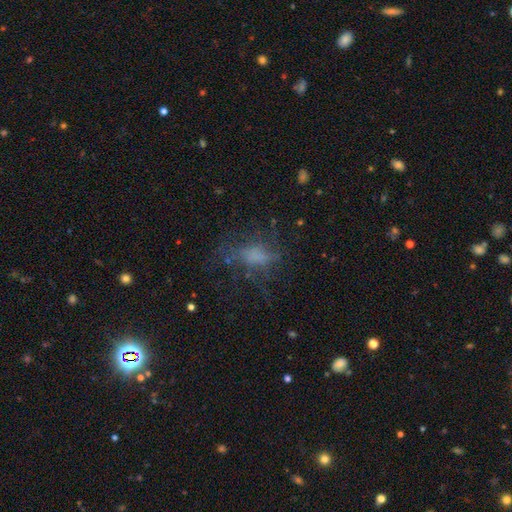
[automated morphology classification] Q: Smooth or featured?
A: smooth (43%); runner-up: featured or disk (34%)
Q: Merging?
A: none (52%); runner-up: major disturbance (26%)